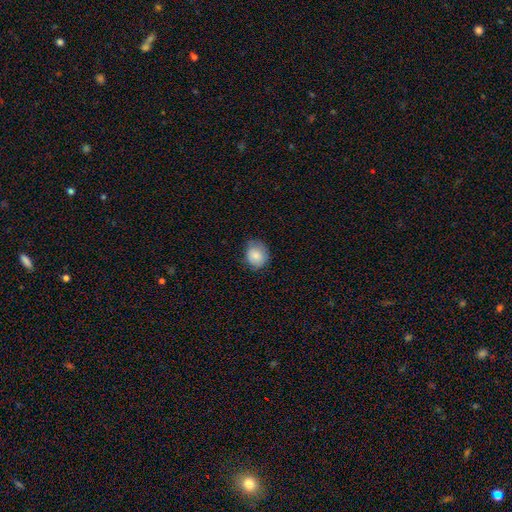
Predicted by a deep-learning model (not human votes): Q: Smooth or featured?
A: smooth (80%); runner-up: featured or disk (12%)
Q: How rounded?
A: round (61%); runner-up: in between (38%)
Q: Merging?
A: none (67%); runner-up: minor disturbance (25%)